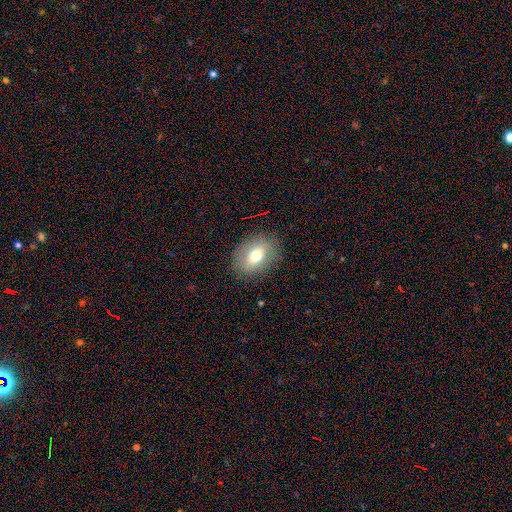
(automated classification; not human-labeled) Morphology: type=smooth (67%); roundness=in between (71%); merging=none (84%).